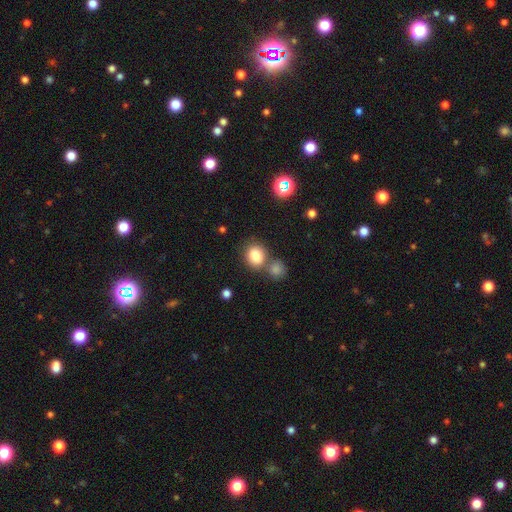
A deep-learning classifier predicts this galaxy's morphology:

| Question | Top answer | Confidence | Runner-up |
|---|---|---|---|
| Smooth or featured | smooth | 84% | star or artifact (10%) |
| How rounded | round | 55% | in between (44%) |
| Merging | none | 56% | merger (30%) |